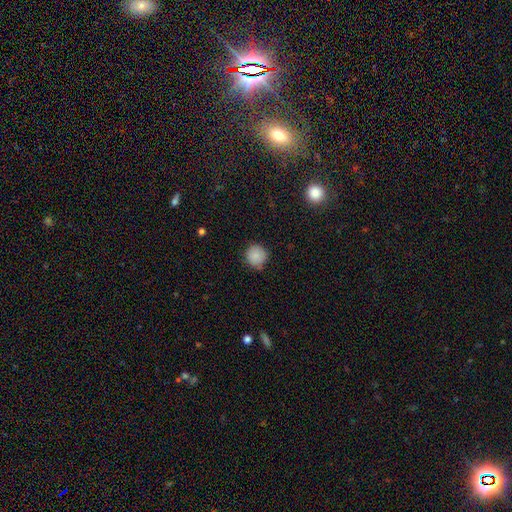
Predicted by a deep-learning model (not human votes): The model was most divided on "merging": none: 82%, minor disturbance: 14%, major disturbance: 3%, merger: 1%. More confident: how rounded — round (93%); smooth or featured — smooth (86%).